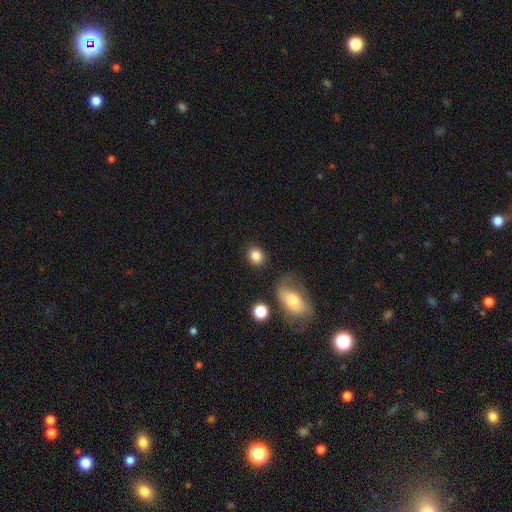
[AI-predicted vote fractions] This appears to be a smooth galaxy with no disk features (85%) that is round (66%). Merging: none (82%).